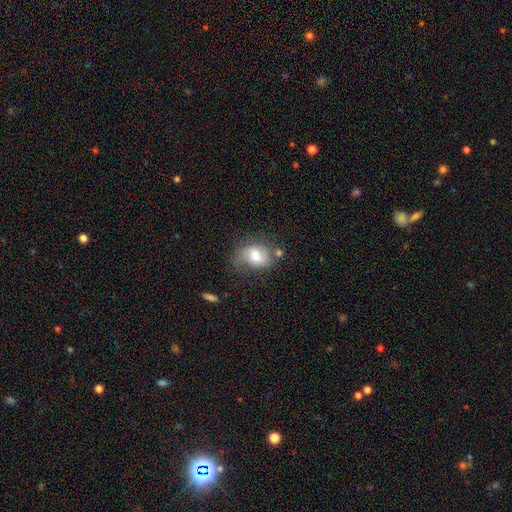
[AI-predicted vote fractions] smooth 49%, featured or disk 42%, star or artifact 9%. Down the decision tree: merging — none (46%).